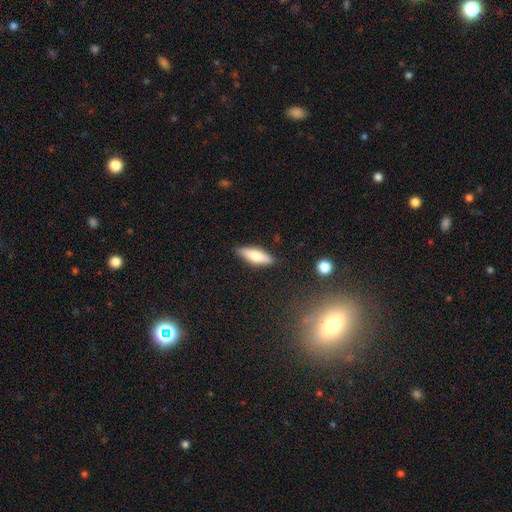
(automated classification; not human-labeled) This appears to be a smooth galaxy with no disk features (66%) that is in between round and cigar-shaped (50%). Merging: none (86%).